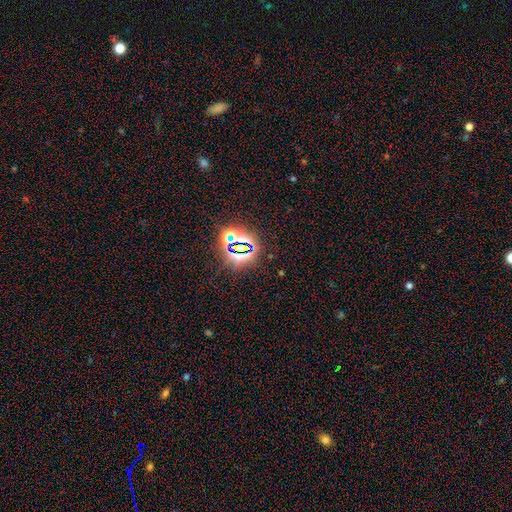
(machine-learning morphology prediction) type=star or artifact (78%).